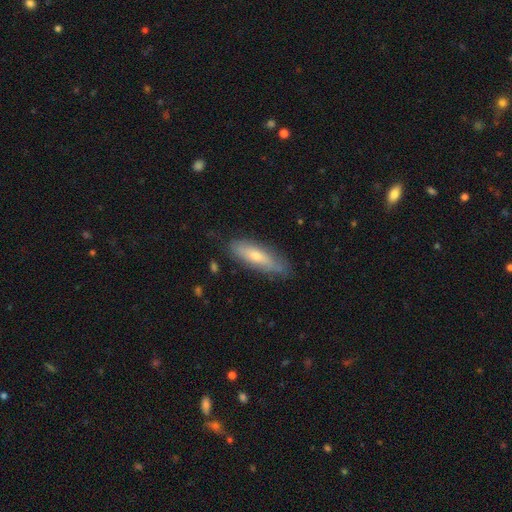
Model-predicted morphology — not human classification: The model was most divided on "how rounded": cigar-shaped: 58%, in between: 40%, round: 2%. More confident: merging — none (75%); smooth or featured — smooth (58%).